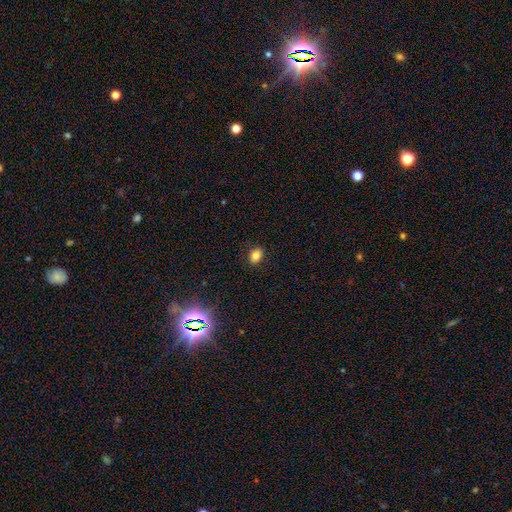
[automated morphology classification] This appears to be a smooth galaxy with no disk features (82%) that is in between round and cigar-shaped (73%). Merging: none (87%).